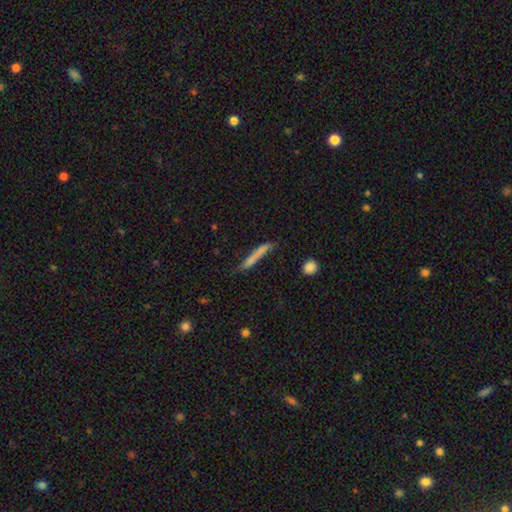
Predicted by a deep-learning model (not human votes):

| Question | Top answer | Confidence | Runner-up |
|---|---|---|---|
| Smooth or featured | smooth | 68% | featured or disk (25%) |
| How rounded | cigar-shaped | 95% | in between (3%) |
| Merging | none | 71% | minor disturbance (21%) |